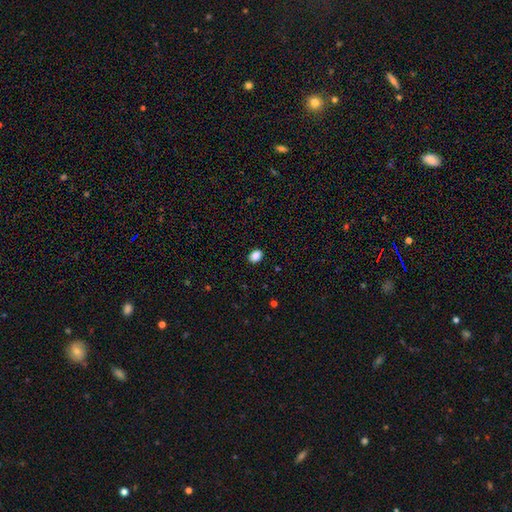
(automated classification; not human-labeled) Smooth or featured? Predicted: smooth (p=0.87). How rounded? Predicted: in between (p=0.70). Merging? Predicted: none (p=0.90).